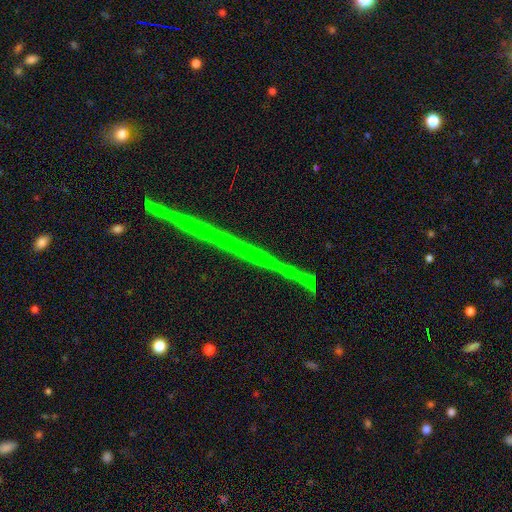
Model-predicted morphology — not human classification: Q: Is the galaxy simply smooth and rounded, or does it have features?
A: star or artifact — 78%.